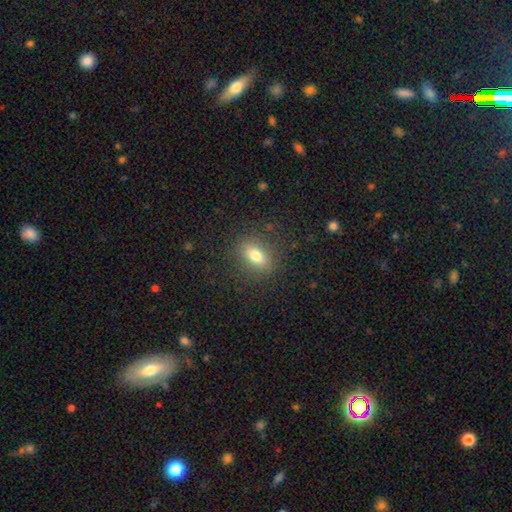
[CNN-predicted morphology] This is likely a smooth galaxy (75%). How rounded: likely in between (77%). Merging: clearly none (85%).